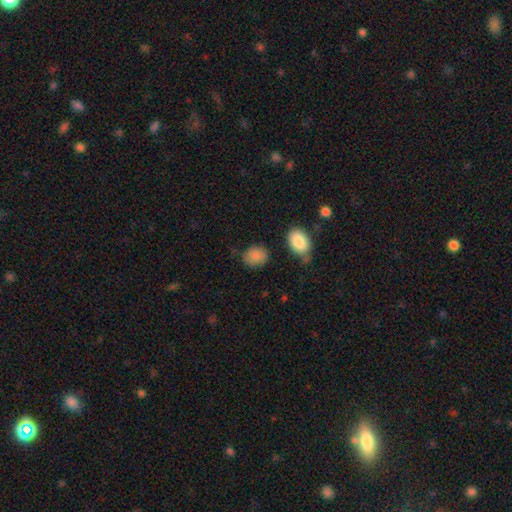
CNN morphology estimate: Smooth or featured? smooth (88%)
How rounded? round (53%)
Merging? none (77%)